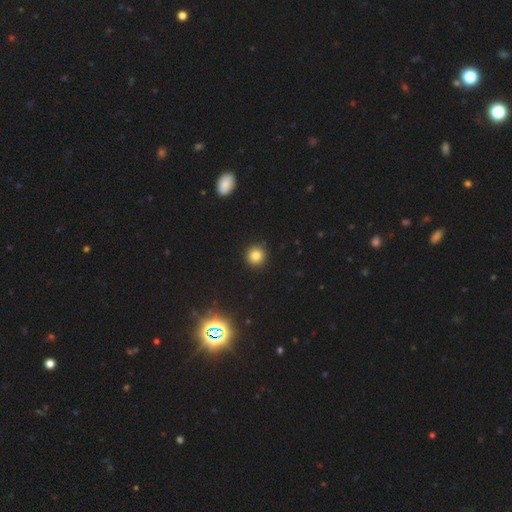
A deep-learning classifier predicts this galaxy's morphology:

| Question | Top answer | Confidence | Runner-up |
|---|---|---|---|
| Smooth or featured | smooth | 82% | star or artifact (13%) |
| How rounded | round | 94% | in between (5%) |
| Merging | none | 92% | minor disturbance (5%) |